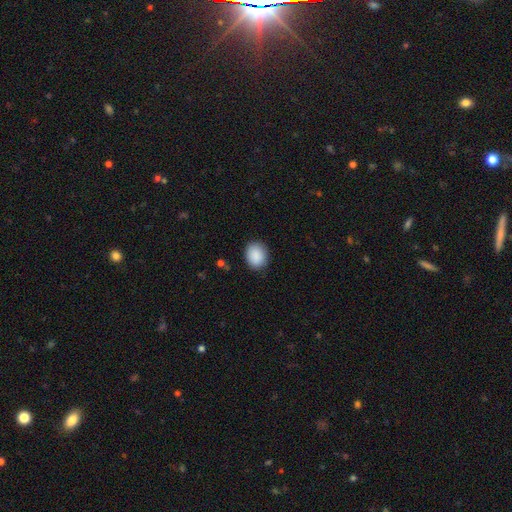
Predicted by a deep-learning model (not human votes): smooth 90%, star or artifact 7%, featured or disk 3%. Down the decision tree: how rounded — round (55%); merging — none (86%).